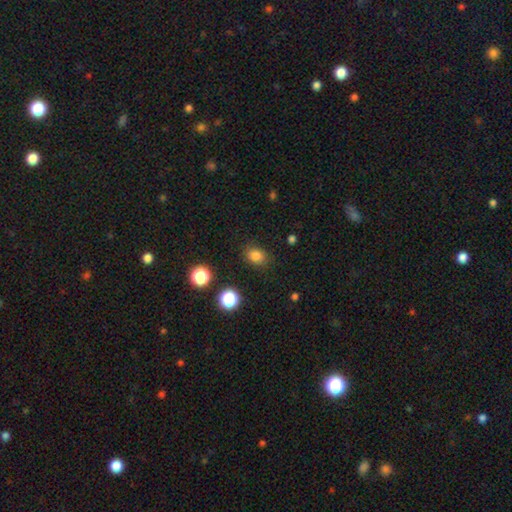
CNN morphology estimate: type=smooth (82%); roundness=in between (53%); merging=none (84%).